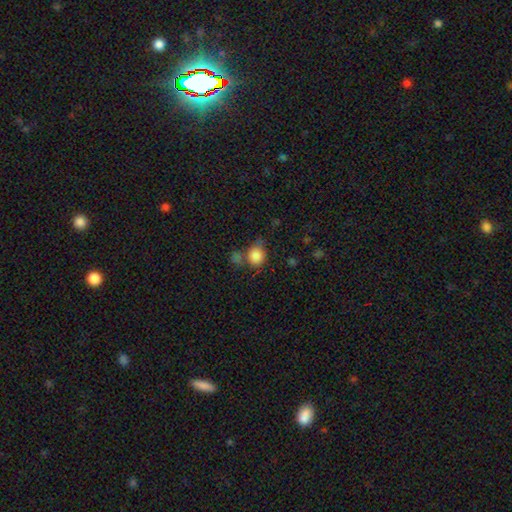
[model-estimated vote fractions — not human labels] This appears to be a smooth galaxy with no disk features (85%) that is round (73%). Merging: none (53%).